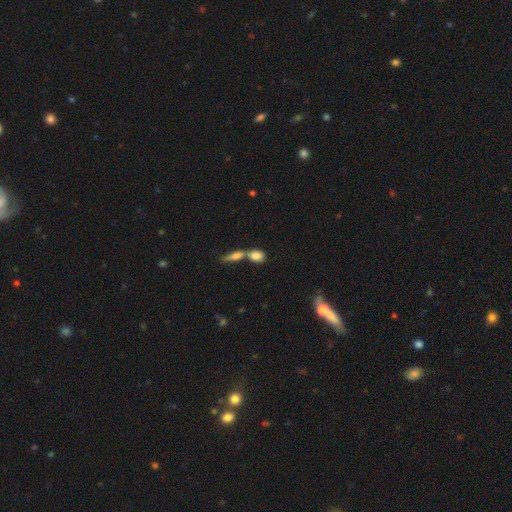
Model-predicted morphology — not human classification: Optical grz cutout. It shows a smooth galaxy with no disk features (80%) that is in between round and cigar-shaped (53%). Merging: merger (49%).